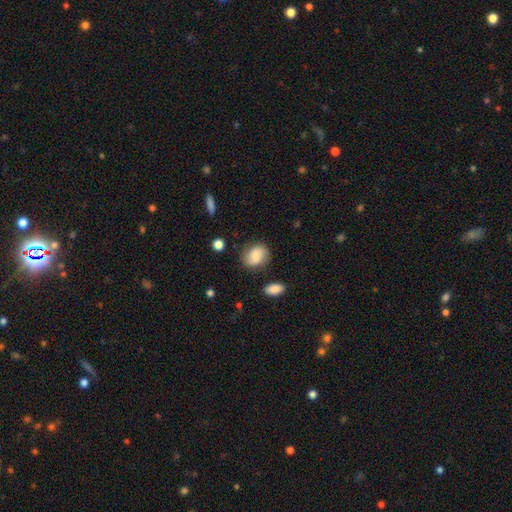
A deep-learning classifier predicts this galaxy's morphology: The model was most divided on "how rounded": in between: 53%, round: 46%, cigar-shaped: 1%. More confident: merging — none (72%); smooth or featured — smooth (72%).